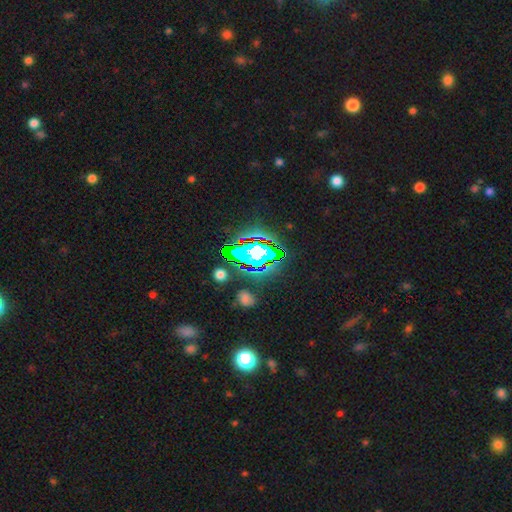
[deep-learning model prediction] Smooth or featured? Predicted: star or artifact (p=0.70).